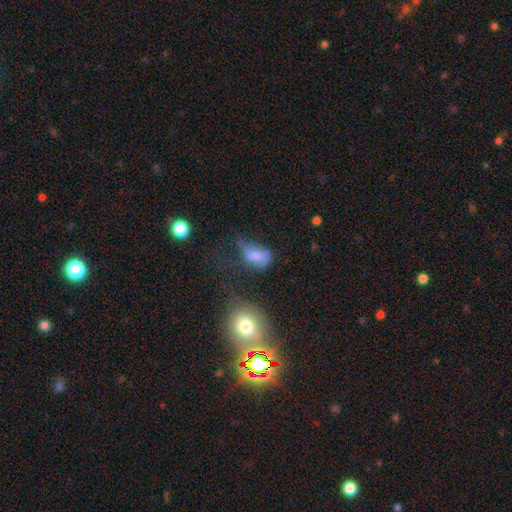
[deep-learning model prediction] The model was most divided on "merging": major disturbance: 40%, minor disturbance: 30%, none: 23%, merger: 7%. More confident: how rounded — in between (87%); smooth or featured — smooth (72%).